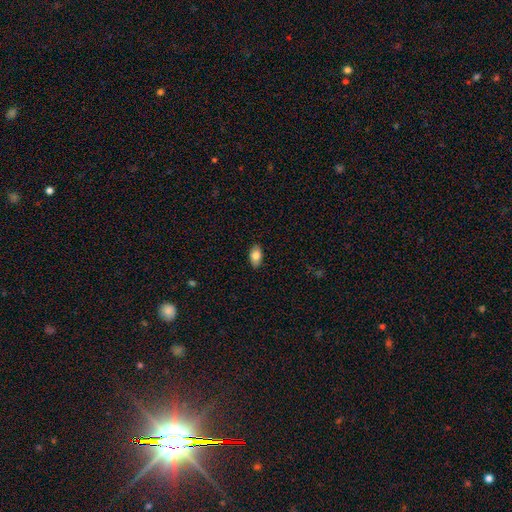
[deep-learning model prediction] Overall: smooth (81%). How rounded: in between (92%). Merging: none (88%).